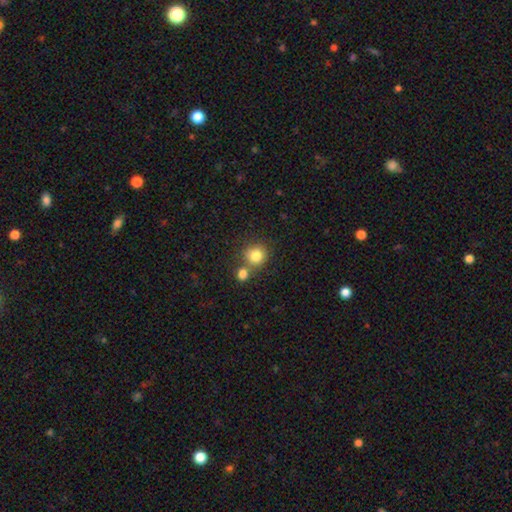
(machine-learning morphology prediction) This is clearly a smooth galaxy (82%). How rounded: clearly round (87%). Merging: likely none (60%).